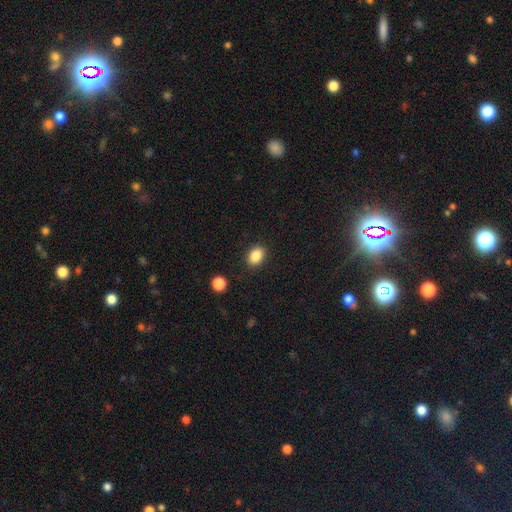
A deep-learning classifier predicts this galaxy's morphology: Q: Smooth or featured?
A: smooth (86%); runner-up: star or artifact (9%)
Q: How rounded?
A: in between (70%); runner-up: round (29%)
Q: Merging?
A: none (88%); runner-up: minor disturbance (8%)